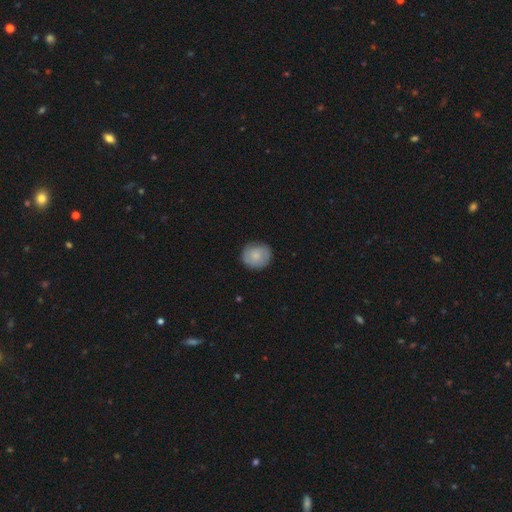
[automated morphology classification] Q: Smooth or featured?
A: smooth (73%); runner-up: featured or disk (20%)
Q: How rounded?
A: round (83%); runner-up: in between (16%)
Q: Merging?
A: none (83%); runner-up: minor disturbance (13%)